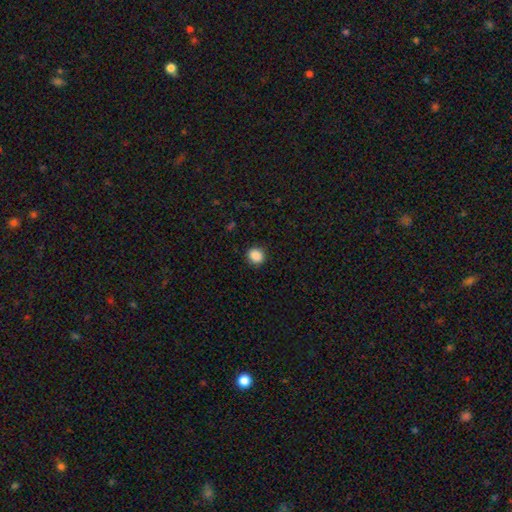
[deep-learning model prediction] Q: Smooth or featured?
A: smooth (88%); runner-up: star or artifact (9%)
Q: How rounded?
A: round (82%); runner-up: in between (17%)
Q: Merging?
A: none (90%); runner-up: minor disturbance (7%)